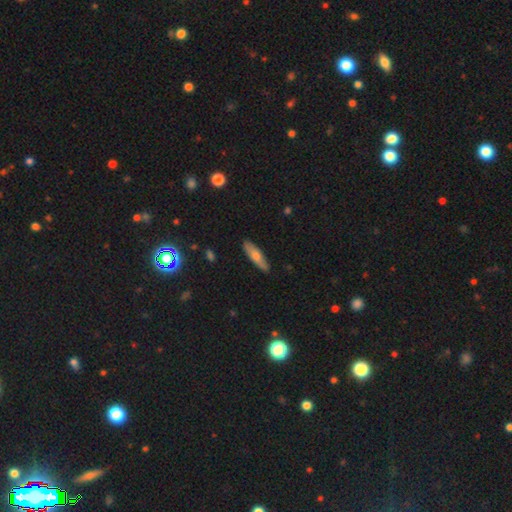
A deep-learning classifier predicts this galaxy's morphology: smooth-or-featured: smooth: 55% | featured or disk: 36% | star or artifact: 8%
  how-rounded: cigar-shaped: 66% | in between: 31% | round: 3%
  merging: none: 86% | minor disturbance: 11% | major disturbance: 2% | merger: 1%